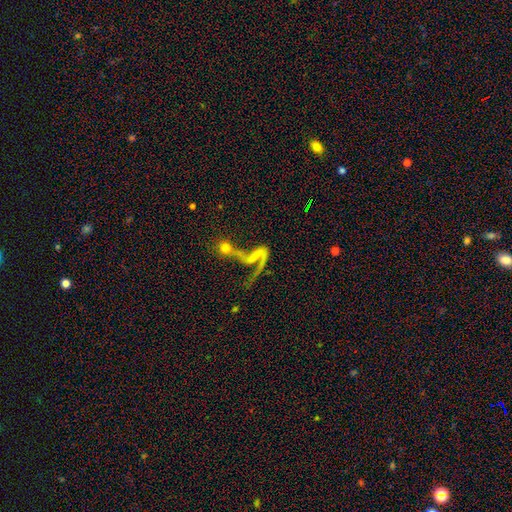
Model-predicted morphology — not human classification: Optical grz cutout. It shows a featured or disk galaxy (58%) with no bar (48%), spiral arms (58%) and no central bulge (51%). Merging: merger (54%).